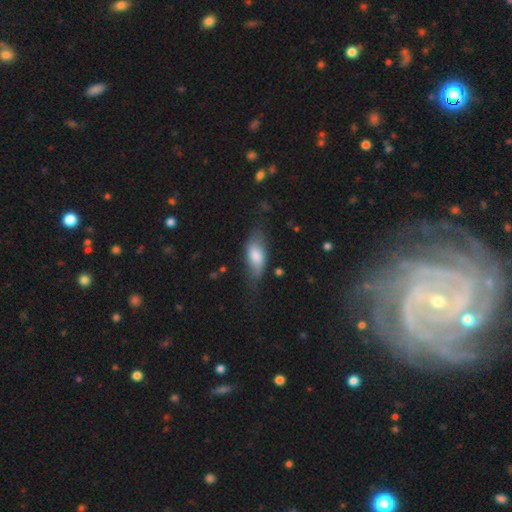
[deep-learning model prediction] Smooth or featured?
  - smooth: 71% *
  - featured or disk: 22%
  - star or artifact: 6%
How rounded?
  - in between: 78% *
  - cigar-shaped: 20%
  - round: 3%
Merging?
  - none: 57% *
  - minor disturbance: 29%
  - major disturbance: 12%
  - merger: 2%